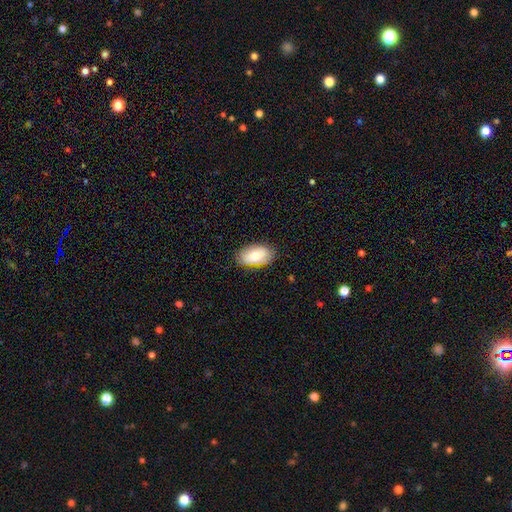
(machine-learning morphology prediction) smooth 69%, featured or disk 23%, star or artifact 7%. Down the decision tree: how rounded — in between (92%); merging — none (81%).